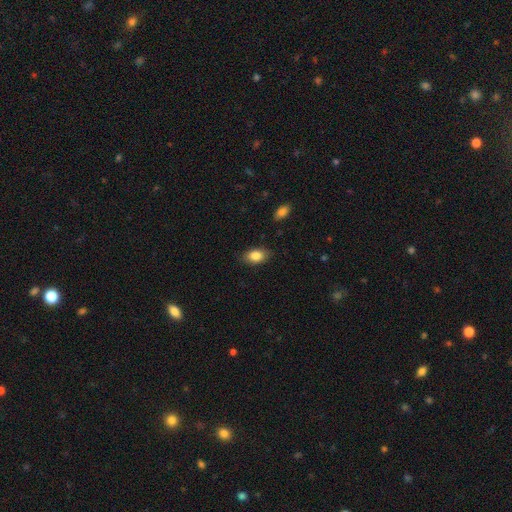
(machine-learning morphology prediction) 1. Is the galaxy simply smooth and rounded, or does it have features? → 86% smooth, 7% star or artifact, 7% featured or disk.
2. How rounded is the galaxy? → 89% in between, 9% round, 2% cigar-shaped.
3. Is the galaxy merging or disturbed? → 84% none, 12% minor disturbance, 3% major disturbance, 1% merger.